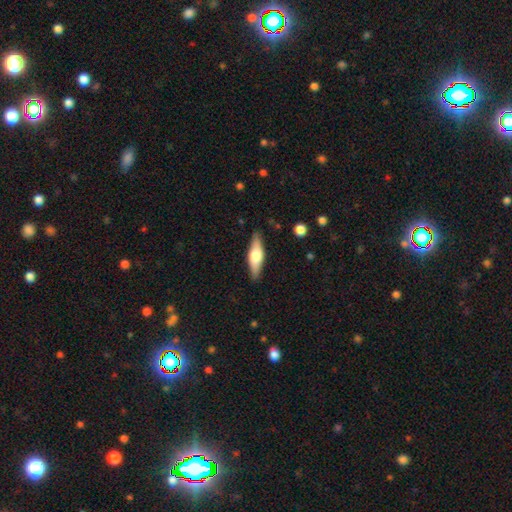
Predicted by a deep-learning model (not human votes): Overall: smooth (48%; featured or disk 46%). Merging: none (87%).